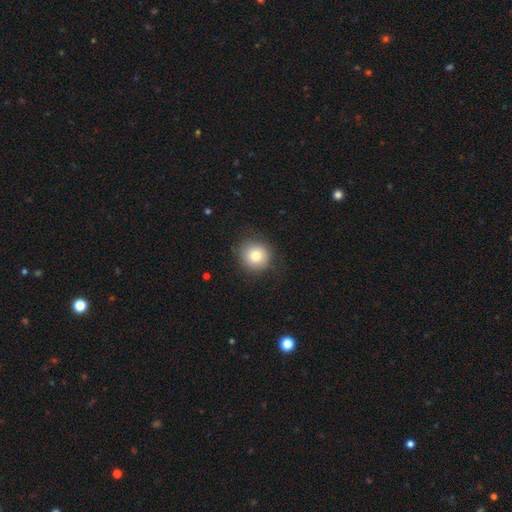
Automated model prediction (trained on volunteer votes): Smooth or featured? smooth (80%)
How rounded? round (92%)
Merging? none (83%)